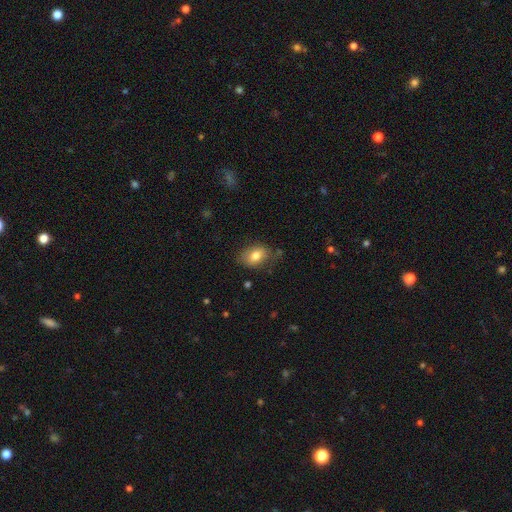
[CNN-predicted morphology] Smooth or featured? smooth (77%)
How rounded? in between (83%)
Merging? none (72%)